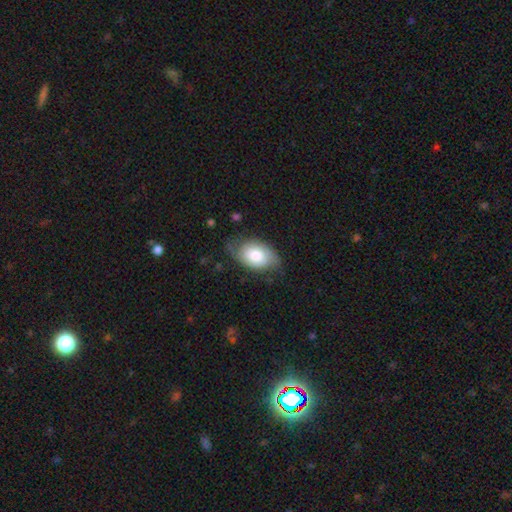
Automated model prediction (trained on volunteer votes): Smooth or featured? smooth (61%)
How rounded? in between (88%)
Merging? none (59%)